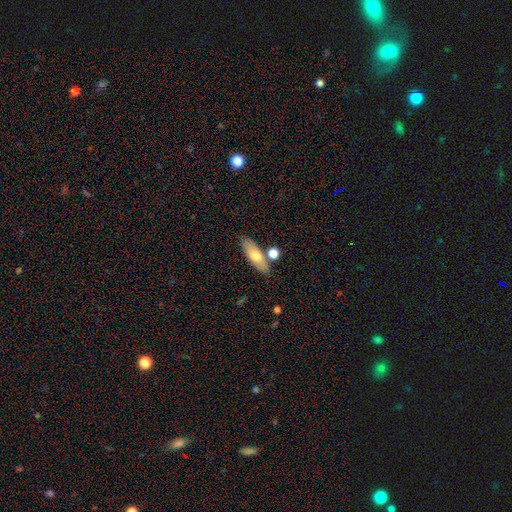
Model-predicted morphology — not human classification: A smooth galaxy with no disk features (69%) that is in between round and cigar-shaped (56%).

Vote fractions:
- Smooth or featured? smooth: 69% / featured or disk: 24% / star or artifact: 6%
- How rounded? in between: 56% / cigar-shaped: 40% / round: 4%
- Merging? none: 75% / minor disturbance: 11% / merger: 11% / major disturbance: 3%